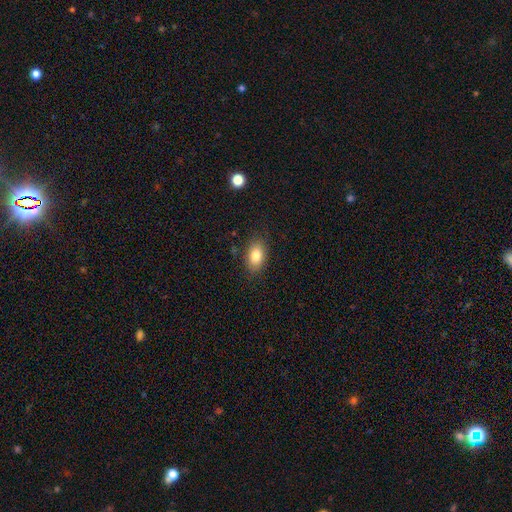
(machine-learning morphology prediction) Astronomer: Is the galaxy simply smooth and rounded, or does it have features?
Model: smooth — 82%.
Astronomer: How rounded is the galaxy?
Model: in between — 87%.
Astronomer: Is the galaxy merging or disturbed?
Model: none — 85%.